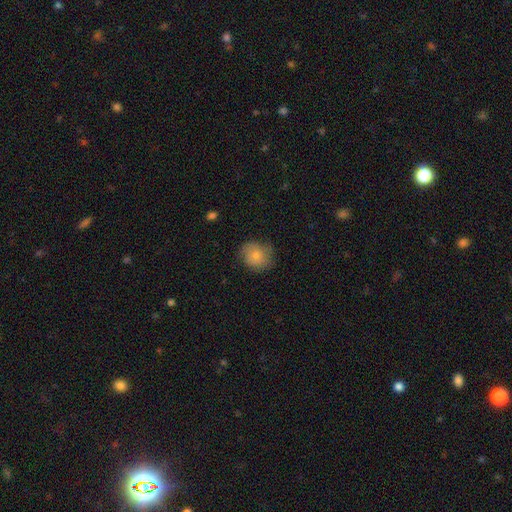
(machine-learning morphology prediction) smooth_or_featured: smooth (p=0.75) [alt: featured or disk p=0.18]
how_rounded: round (p=0.75) [alt: in between p=0.24]
merging: none (p=0.71) [alt: minor disturbance p=0.23]